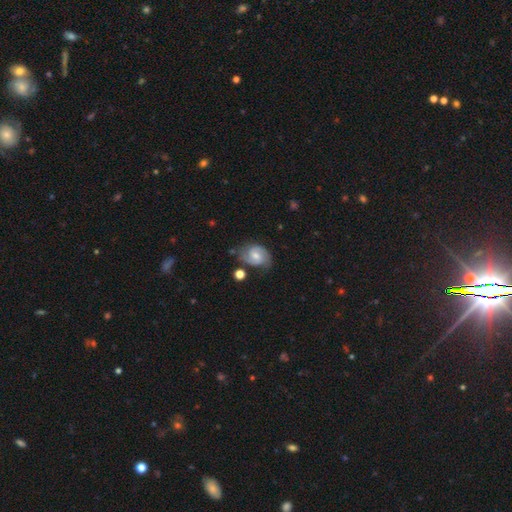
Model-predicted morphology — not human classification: smooth-or-featured: featured or disk: 72% | smooth: 21% | star or artifact: 7%
  disk-edge-on: no: 97% | yes: 3%
    bar: weak: 46% | no: 45% | strong: 9%
    has-spiral-arms: yes: 93% | no: 7%
      spiral-winding: medium: 48% | tight: 34% | loose: 18%
      spiral-arm-count: 2: 86% | can't tell: 8% | 1: 3% | 3: 2% | 4: 1% | more than 4: 1%
    bulge-size: moderate: 56% | small: 36% | large: 4% | none: 3% | dominant: 1%
  merging: none: 66% | minor disturbance: 22% | major disturbance: 7% | merger: 4%